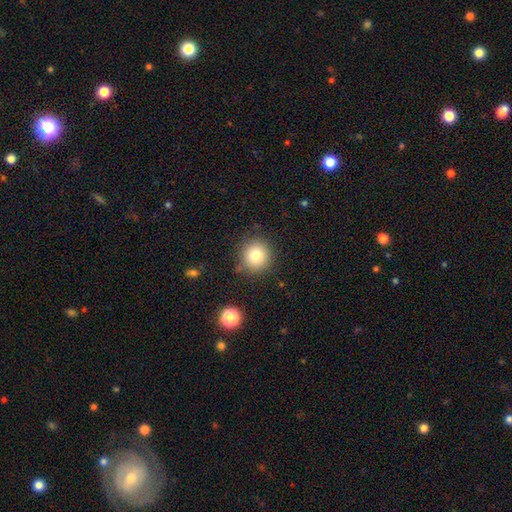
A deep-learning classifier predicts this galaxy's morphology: Smooth or featured: smooth — 79% (star or artifact — 12%)
How rounded: round — 91% (in between — 8%)
Merging: none — 84% (minor disturbance — 10%)